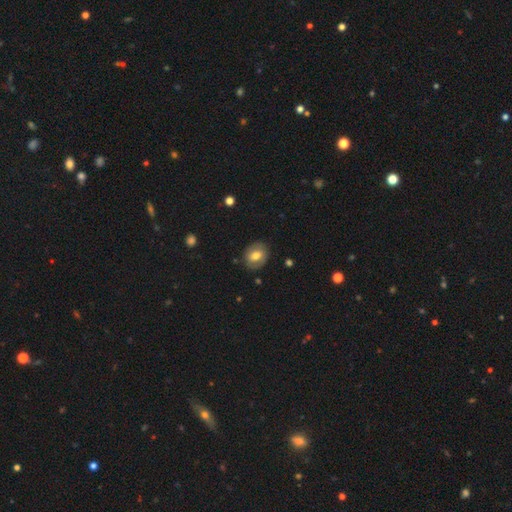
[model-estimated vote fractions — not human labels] This appears to be a smooth galaxy with no disk features (66%) that is round (54%). Merging: none (83%).